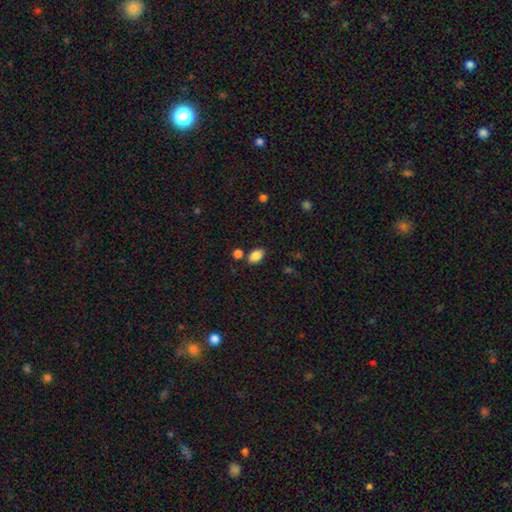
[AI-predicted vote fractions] smooth 87%, star or artifact 9%, featured or disk 5%. Down the decision tree: how rounded — in between (89%); merging — none (79%).